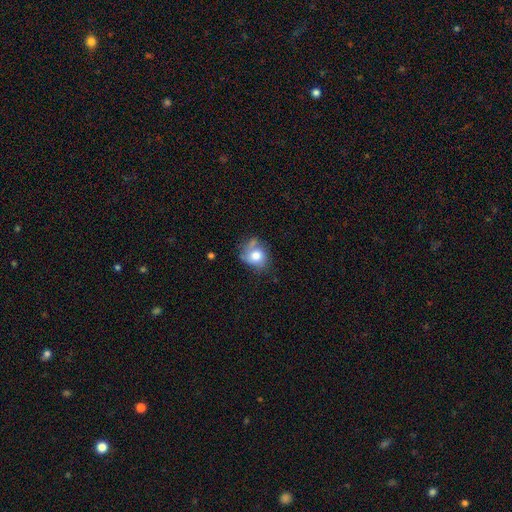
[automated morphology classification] A smooth galaxy with no disk features (71%) that is round (63%). Merging: none (46%).